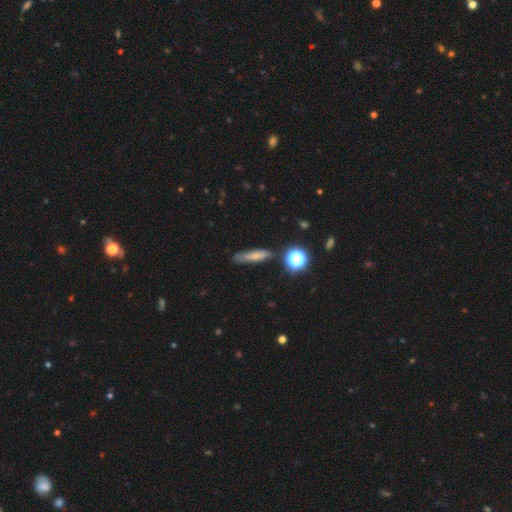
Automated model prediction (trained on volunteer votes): Morphology: type=smooth (70%); roundness=cigar-shaped (75%); merging=none (70%).